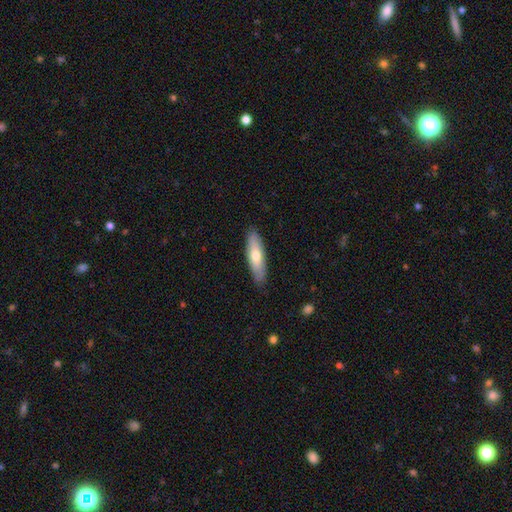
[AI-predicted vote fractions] smooth-or-featured: smooth: 64% | featured or disk: 30% | star or artifact: 6%
  how-rounded: cigar-shaped: 63% | in between: 35% | round: 2%
  merging: none: 88% | minor disturbance: 9% | major disturbance: 2% | merger: 1%